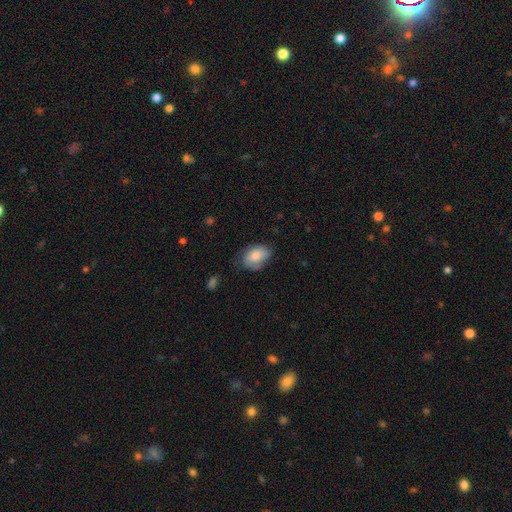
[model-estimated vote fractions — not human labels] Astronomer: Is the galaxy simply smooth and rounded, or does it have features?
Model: smooth — 74%.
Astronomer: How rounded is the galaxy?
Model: in between — 85%.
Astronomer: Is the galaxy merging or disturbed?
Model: none — 59%.